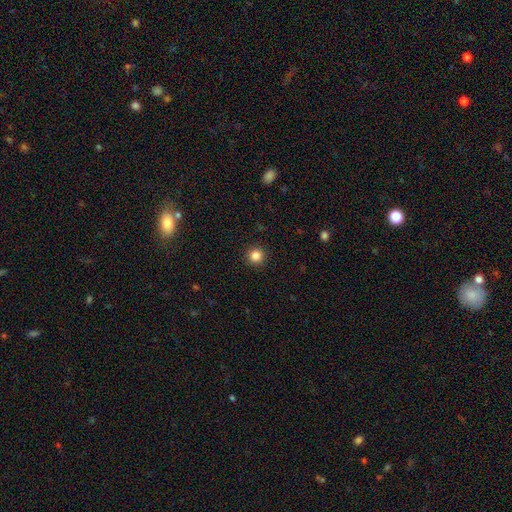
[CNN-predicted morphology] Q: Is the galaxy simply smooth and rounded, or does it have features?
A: smooth — 84%.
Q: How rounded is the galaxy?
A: round — 95%.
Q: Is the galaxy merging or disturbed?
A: none — 93%.